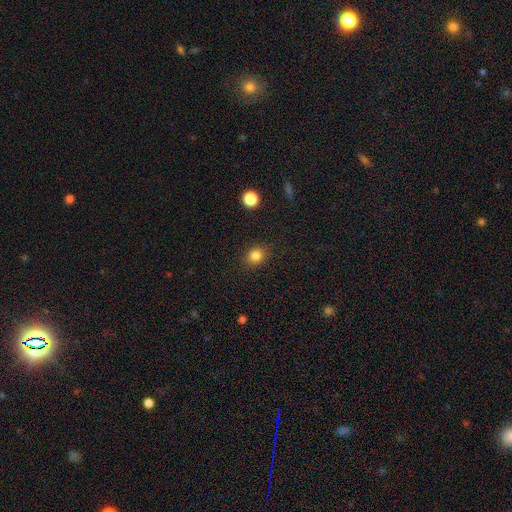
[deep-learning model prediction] Q: Smooth or featured?
A: smooth (84%); runner-up: star or artifact (11%)
Q: How rounded?
A: round (70%); runner-up: in between (29%)
Q: Merging?
A: none (87%); runner-up: minor disturbance (9%)